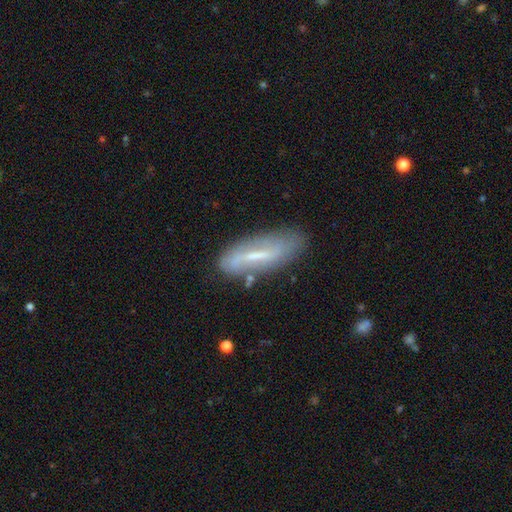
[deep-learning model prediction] This is possibly a featured or disk galaxy (59%). It is likely not viewed edge-on (77%). Merging: likely none (69%).